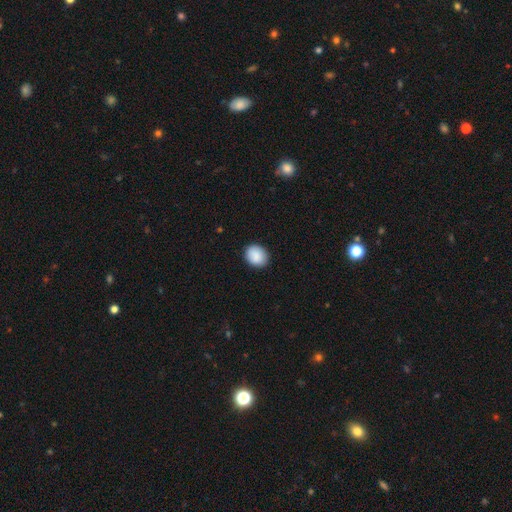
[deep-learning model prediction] Morphology: type=smooth (90%); roundness=round (59%); merging=none (89%).